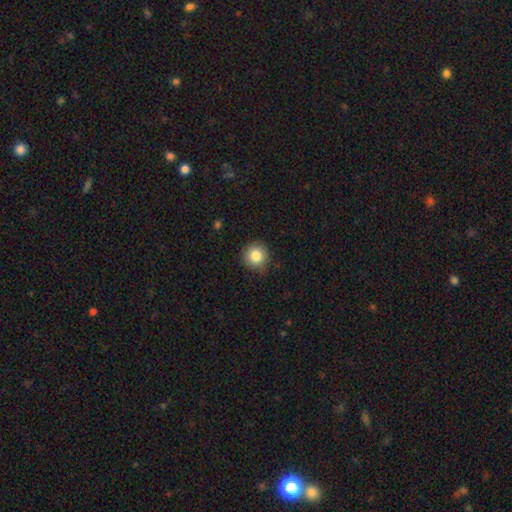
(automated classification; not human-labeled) Smooth or featured? smooth (84%)
How rounded? round (93%)
Merging? none (83%)